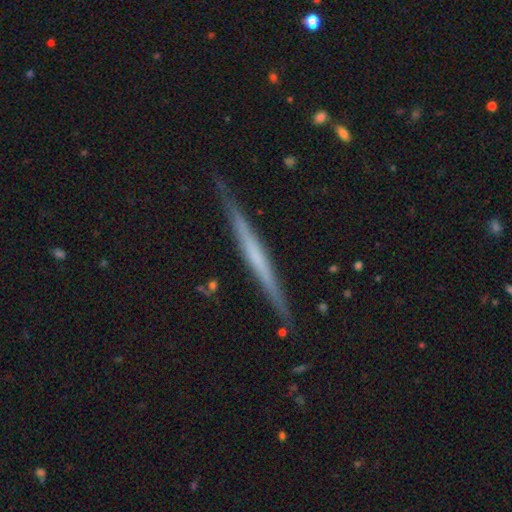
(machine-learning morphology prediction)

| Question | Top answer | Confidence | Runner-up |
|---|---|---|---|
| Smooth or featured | featured or disk | 64% | smooth (29%) |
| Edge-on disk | yes | 98% | no (2%) |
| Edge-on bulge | none | 78% | rounded (13%) |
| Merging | none | 88% | minor disturbance (9%) |